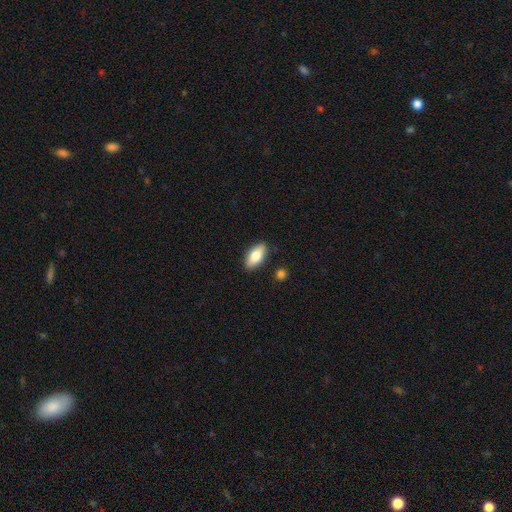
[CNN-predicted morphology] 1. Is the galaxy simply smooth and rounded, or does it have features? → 79% smooth, 15% featured or disk, 6% star or artifact.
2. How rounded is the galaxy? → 87% in between, 9% cigar-shaped, 3% round.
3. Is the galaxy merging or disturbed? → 87% none, 9% minor disturbance, 2% merger, 2% major disturbance.